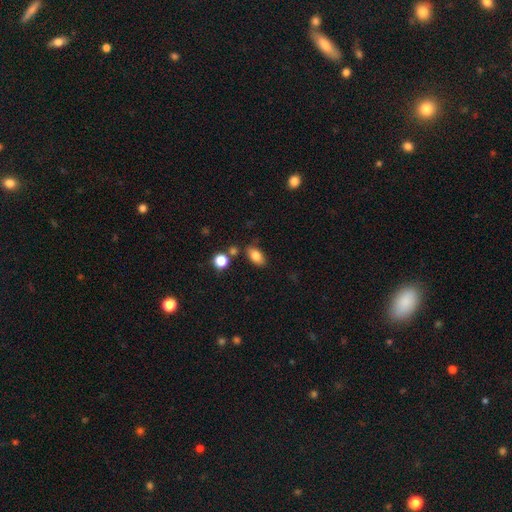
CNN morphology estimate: smooth-or-featured: smooth: 82% | featured or disk: 9% | star or artifact: 9%
  how-rounded: in between: 88% | round: 9% | cigar-shaped: 3%
  merging: none: 77% | minor disturbance: 13% | merger: 6% | major disturbance: 3%